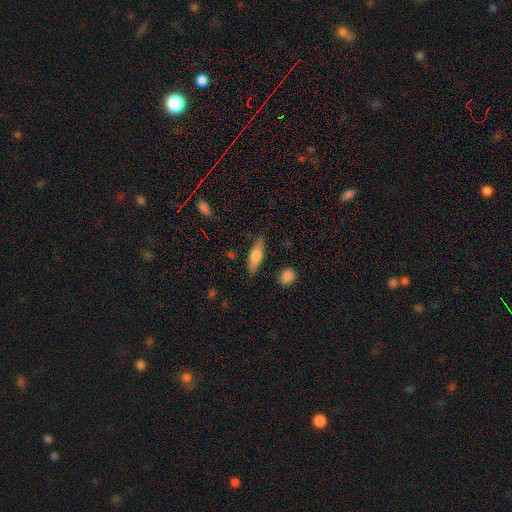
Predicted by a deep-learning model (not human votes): Overall: smooth (66%; featured or disk 28%). How rounded: in between (50%; cigar-shaped 47%). Merging: none (84%).